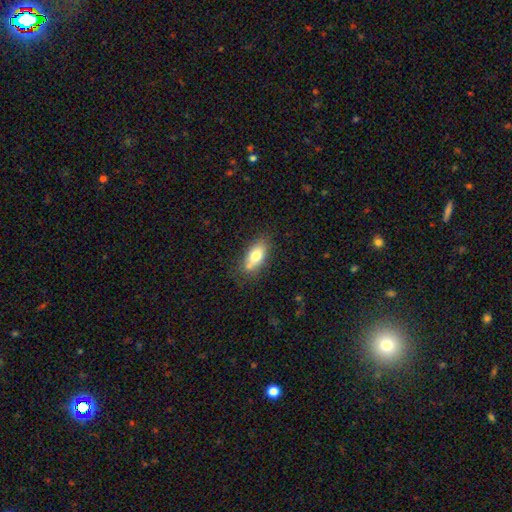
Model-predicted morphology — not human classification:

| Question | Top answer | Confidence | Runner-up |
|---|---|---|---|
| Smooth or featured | smooth | 72% | featured or disk (20%) |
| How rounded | in between | 84% | cigar-shaped (10%) |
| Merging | none | 62% | minor disturbance (19%) |